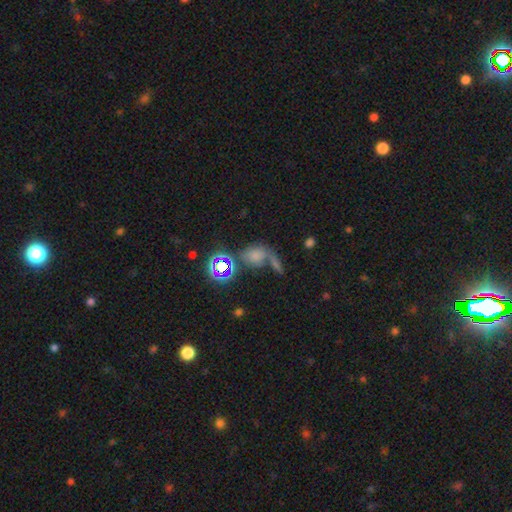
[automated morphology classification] This appears to be a smooth galaxy with no disk features (57%) that is in between round and cigar-shaped (55%). Merging: merger (37%).